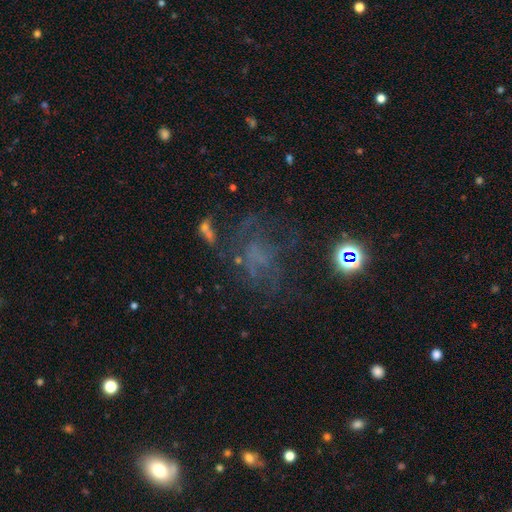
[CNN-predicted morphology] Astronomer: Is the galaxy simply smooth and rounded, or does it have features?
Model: featured or disk — 42% (runner-up: star or artifact, 34%).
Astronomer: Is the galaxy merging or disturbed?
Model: none — 48% (runner-up: major disturbance, 28%).